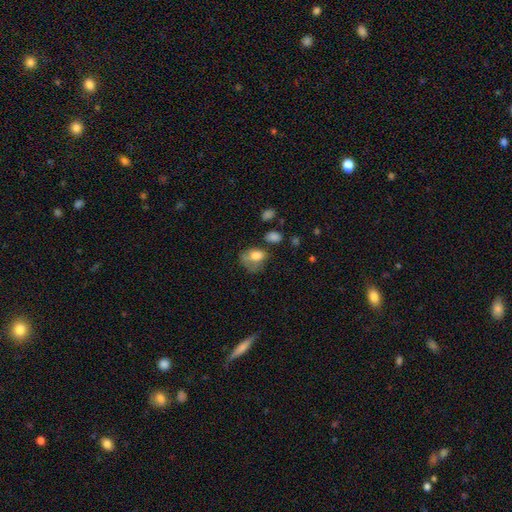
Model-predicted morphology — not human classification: smooth_or_featured: smooth (p=0.70) [alt: featured or disk p=0.20]
how_rounded: in between (p=0.66) [alt: round p=0.32]
merging: major disturbance (p=0.36) [alt: minor disturbance p=0.29]